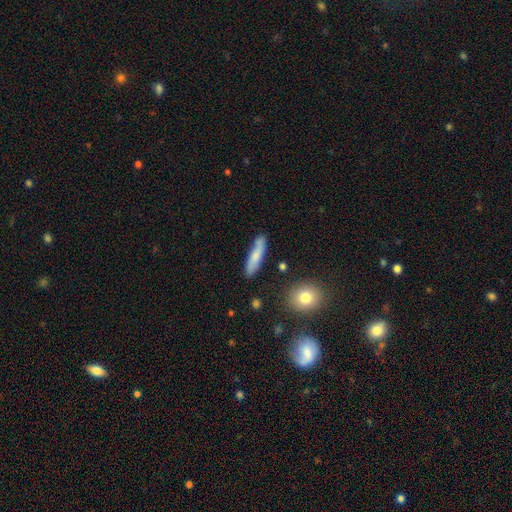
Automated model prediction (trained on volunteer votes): A smooth galaxy with no disk features (70%) that is cigar-shaped (79%). Merging: none (78%).